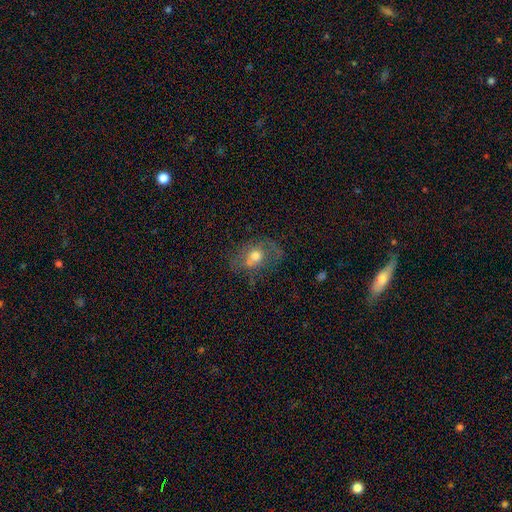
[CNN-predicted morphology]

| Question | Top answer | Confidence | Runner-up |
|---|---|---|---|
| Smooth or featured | smooth | 54% | featured or disk (34%) |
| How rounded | in between | 60% | round (39%) |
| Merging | none | 45% | minor disturbance (24%) |